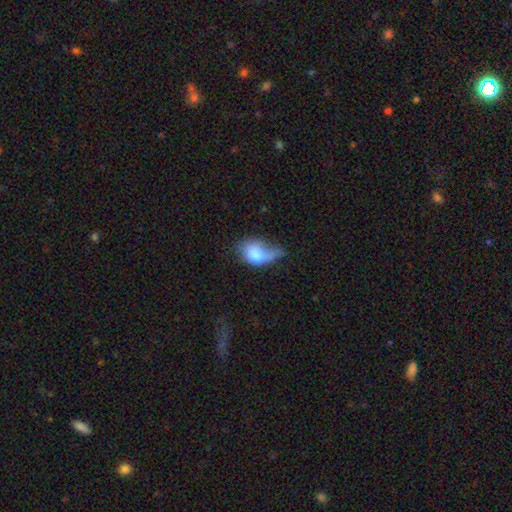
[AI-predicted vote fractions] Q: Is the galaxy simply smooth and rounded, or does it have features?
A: smooth — 71%.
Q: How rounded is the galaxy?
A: in between — 78%.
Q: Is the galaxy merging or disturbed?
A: major disturbance — 37%.